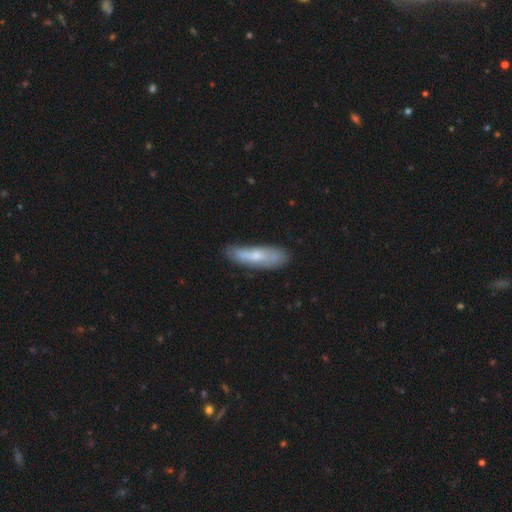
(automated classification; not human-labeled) smooth-or-featured: smooth: 58% | featured or disk: 36% | star or artifact: 7%
  how-rounded: cigar-shaped: 60% | in between: 38% | round: 2%
  merging: none: 69% | minor disturbance: 23% | major disturbance: 6% | merger: 2%